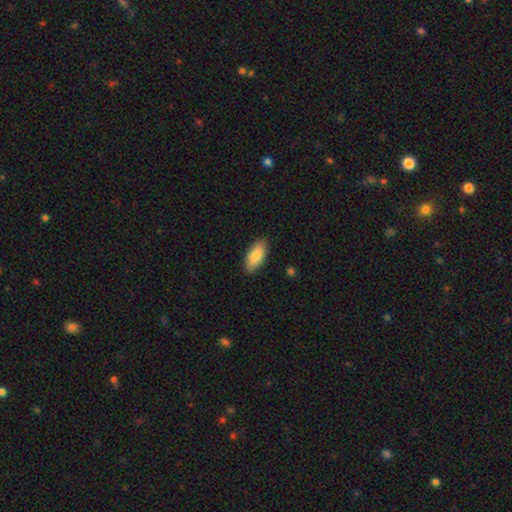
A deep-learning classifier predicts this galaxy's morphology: Smooth or featured: smooth — 81% (featured or disk — 13%)
How rounded: in between — 90% (cigar-shaped — 8%)
Merging: none — 86% (minor disturbance — 11%)